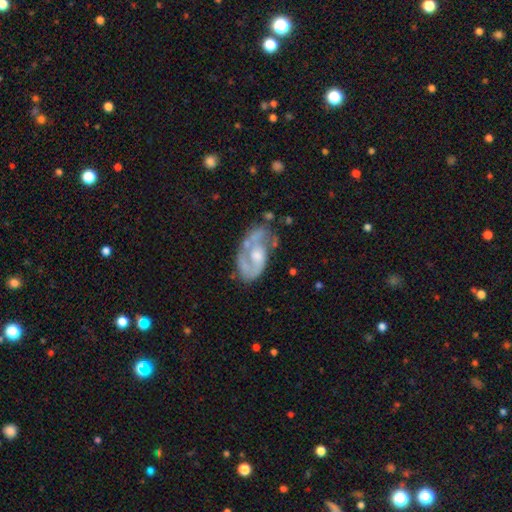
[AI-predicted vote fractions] The model was most divided on "spiral arm count" (2-way tie): 2: 40%, 1: 40%, can't tell: 15%, 3: 3%, 4: 1%, more than 4: 1%. Remaining: edge-on disk — no (96%); spiral arms — yes (83%); smooth or featured — featured or disk (76%); bar — no (68%); bulge size — moderate (52%); merging — none (51%); spiral winding — medium (41%).